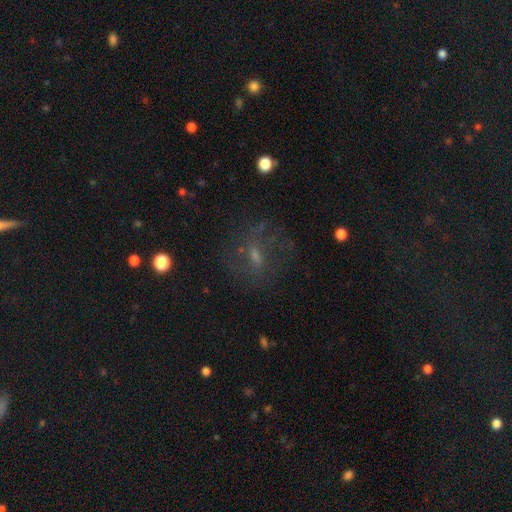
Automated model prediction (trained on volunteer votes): A featured or disk galaxy (51%). Merging: none (63%).